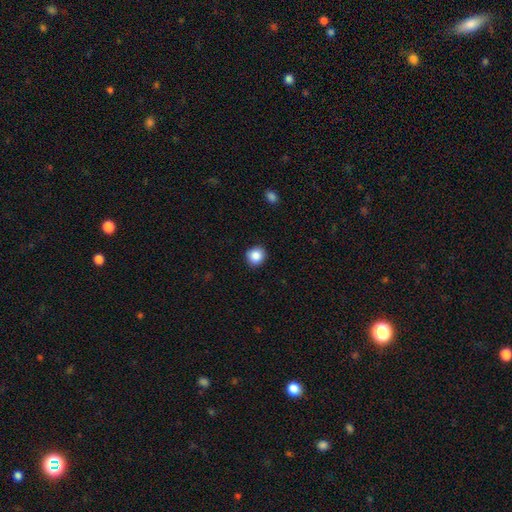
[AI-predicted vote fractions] Smooth or featured: smooth — 87% (star or artifact — 9%)
How rounded: round — 88% (in between — 11%)
Merging: none — 90% (minor disturbance — 7%)